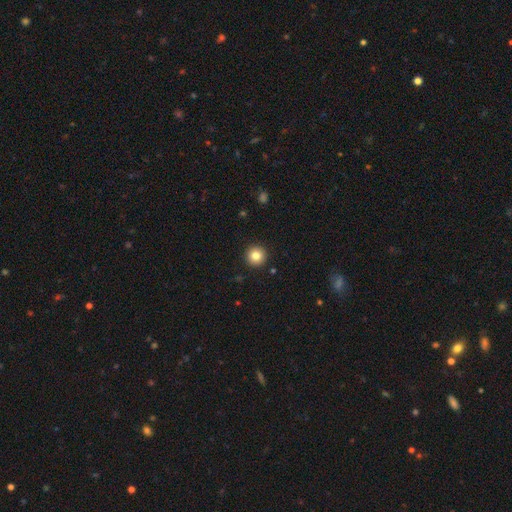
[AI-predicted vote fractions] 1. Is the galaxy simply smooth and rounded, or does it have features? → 82% smooth, 11% star or artifact, 7% featured or disk.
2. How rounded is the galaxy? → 96% round, 3% in between, 1% cigar-shaped.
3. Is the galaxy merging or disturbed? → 93% none, 5% minor disturbance, 2% major disturbance, 1% merger.